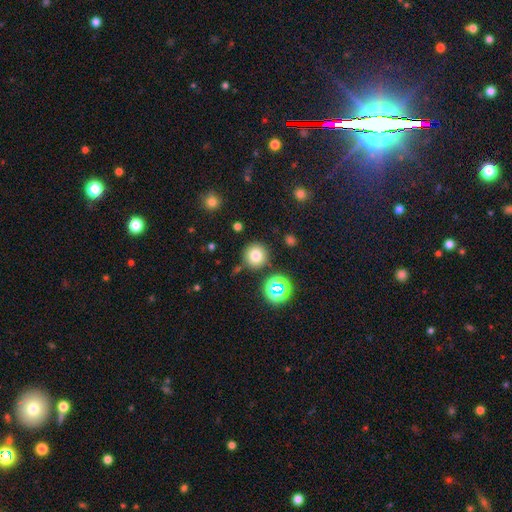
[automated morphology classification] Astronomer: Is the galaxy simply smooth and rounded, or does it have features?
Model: smooth — 75%.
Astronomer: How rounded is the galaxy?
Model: round — 94%.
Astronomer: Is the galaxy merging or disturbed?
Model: none — 84%.